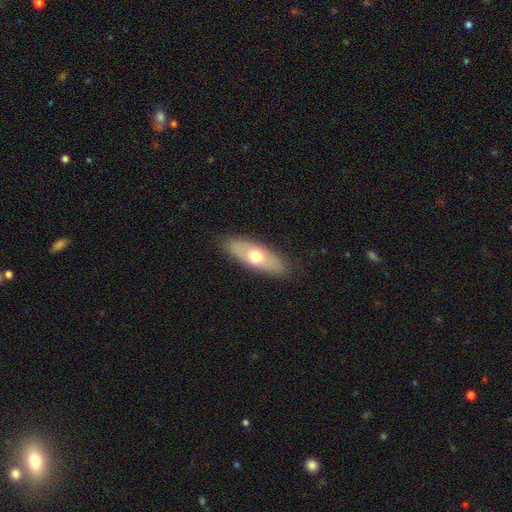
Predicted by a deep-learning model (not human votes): This is possibly a smooth galaxy (57%). How rounded: likely in between (68%). Merging: clearly none (85%).